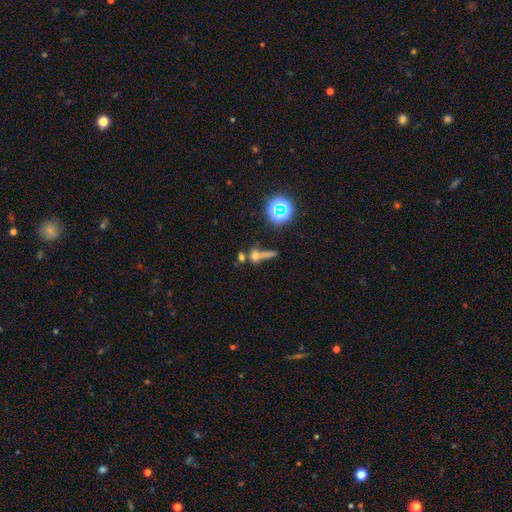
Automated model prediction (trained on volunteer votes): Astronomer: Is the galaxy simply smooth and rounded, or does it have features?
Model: smooth — 47% (runner-up: star or artifact, 29%).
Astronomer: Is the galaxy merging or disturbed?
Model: merger — 42% (runner-up: none, 37%).